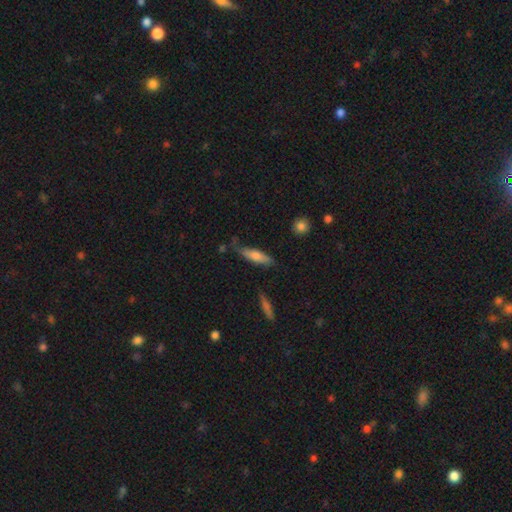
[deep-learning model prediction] Smooth or featured: smooth — 69% (featured or disk — 25%)
How rounded: cigar-shaped — 60% (in between — 37%)
Merging: none — 63% (minor disturbance — 27%)